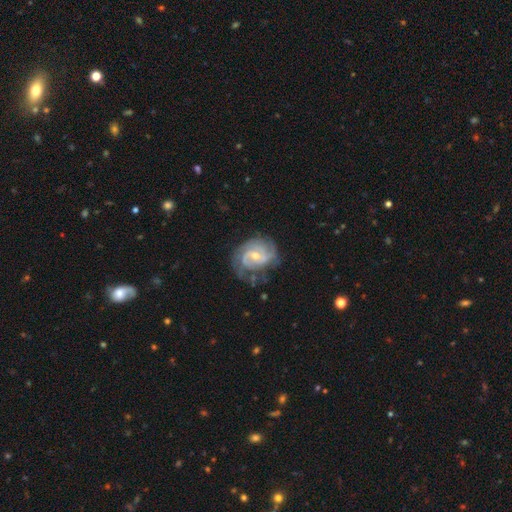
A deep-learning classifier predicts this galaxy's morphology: This is clearly a featured or disk galaxy (85%). It is clearly not viewed edge-on (98%). Bar: possibly weak (50%). Spiral arm pattern: clearly yes (94%). Spiral arm count: possibly 2 (47%). Spiral winding: possibly tight (49%). Central bulge: possibly moderate (50%). Merging: possibly none (59%).